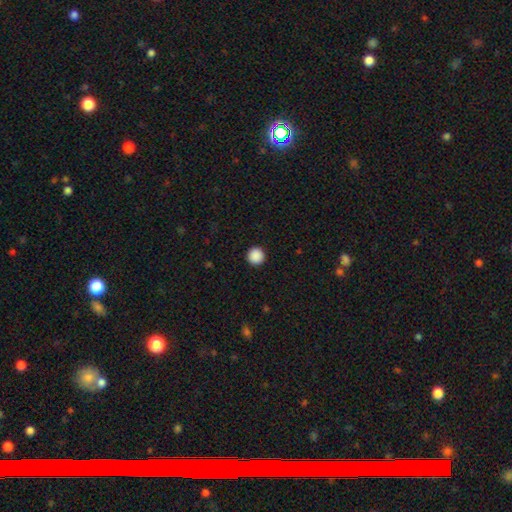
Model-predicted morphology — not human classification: Smooth or featured? smooth (89%)
How rounded? round (96%)
Merging? none (94%)